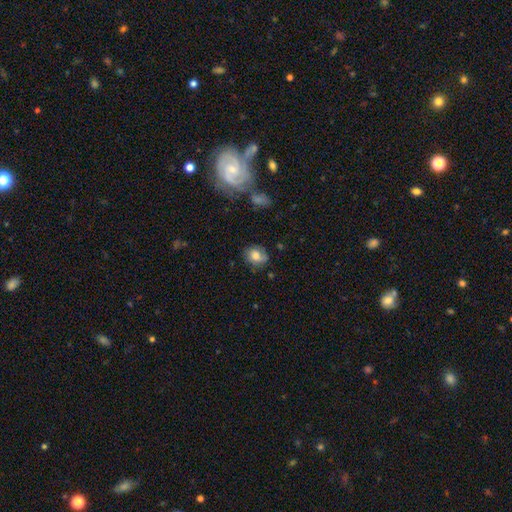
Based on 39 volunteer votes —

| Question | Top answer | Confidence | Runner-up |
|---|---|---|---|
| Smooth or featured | smooth | 77% | featured or disk (21%) |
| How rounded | round | 83% | in between (17%) |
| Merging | none | 76% | minor disturbance (21%) |